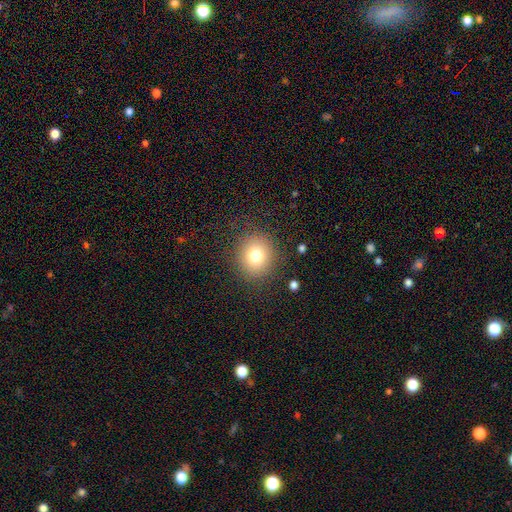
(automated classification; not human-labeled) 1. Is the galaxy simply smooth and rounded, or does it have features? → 77% smooth, 13% star or artifact, 10% featured or disk.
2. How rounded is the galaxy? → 84% round, 15% in between, 1% cigar-shaped.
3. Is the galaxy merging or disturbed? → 87% none, 8% minor disturbance, 4% major disturbance, 1% merger.